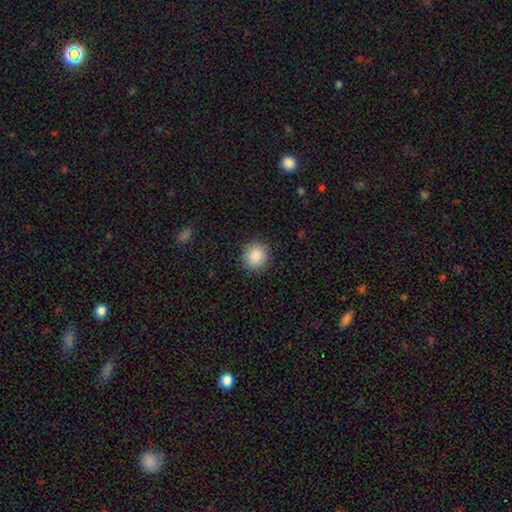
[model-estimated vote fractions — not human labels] Q: Smooth or featured?
A: smooth (88%); runner-up: star or artifact (8%)
Q: How rounded?
A: round (91%); runner-up: in between (9%)
Q: Merging?
A: none (91%); runner-up: minor disturbance (6%)